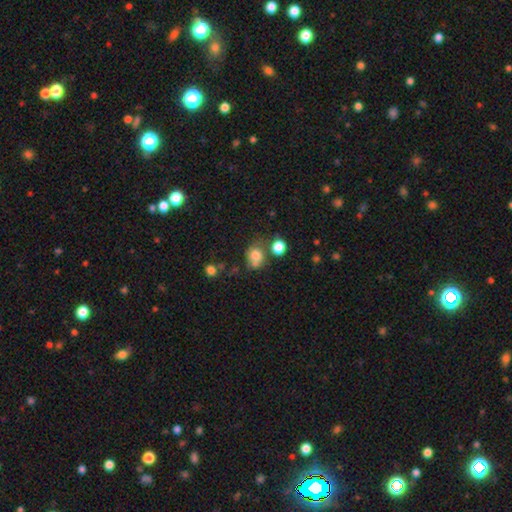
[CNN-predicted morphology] Smooth or featured? smooth (78%)
How rounded? round (62%)
Merging? none (51%)